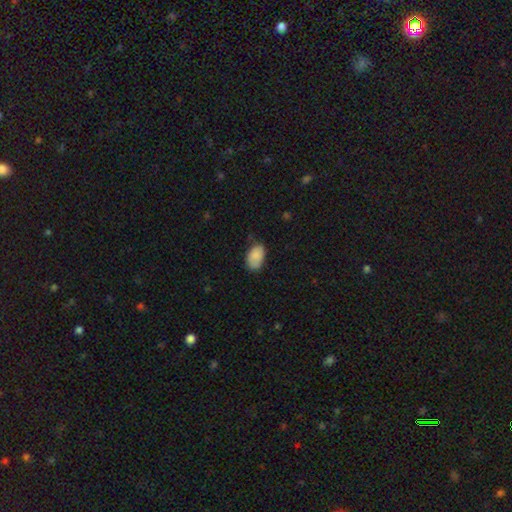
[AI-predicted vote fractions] Smooth or featured? smooth (86%)
How rounded? in between (92%)
Merging? none (65%)